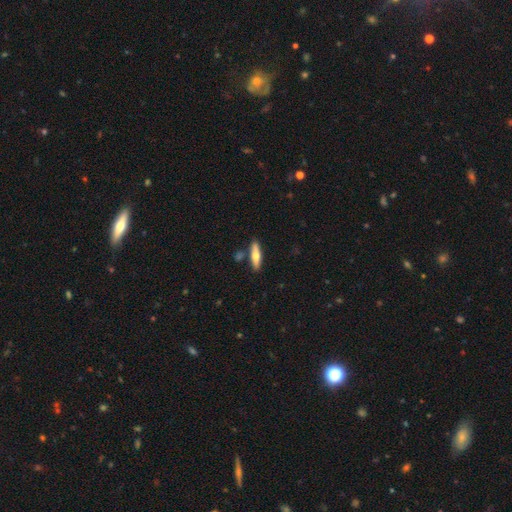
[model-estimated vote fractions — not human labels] Overall: smooth (57%; featured or disk 37%). How rounded: cigar-shaped (70%). Merging: none (83%).